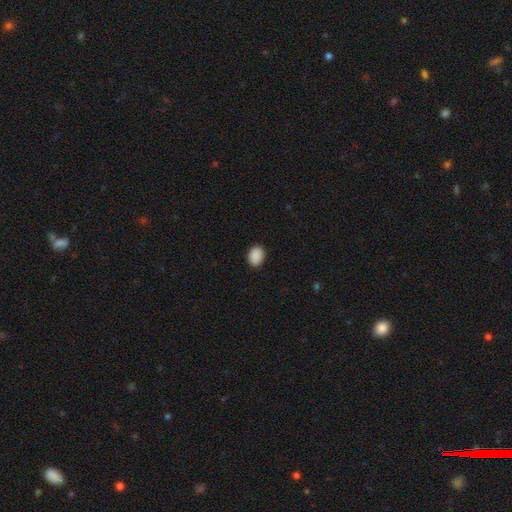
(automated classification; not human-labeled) Smooth or featured?
  - smooth: 90% *
  - star or artifact: 8%
  - featured or disk: 2%
How rounded?
  - in between: 71% *
  - round: 28%
  - cigar-shaped: 1%
Merging?
  - none: 89% *
  - minor disturbance: 8%
  - major disturbance: 2%
  - merger: 1%